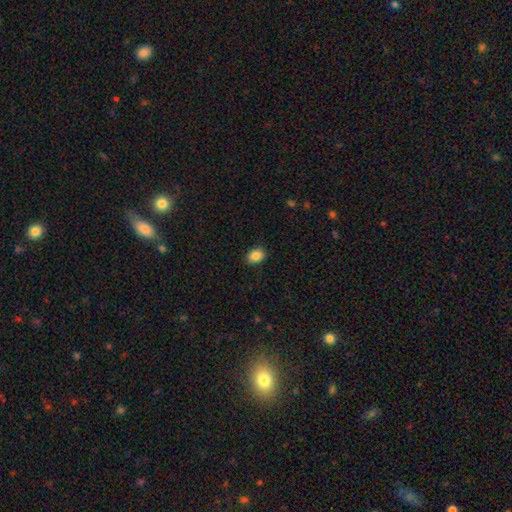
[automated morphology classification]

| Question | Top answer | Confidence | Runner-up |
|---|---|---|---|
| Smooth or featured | smooth | 87% | star or artifact (9%) |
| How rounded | in between | 69% | round (30%) |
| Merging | none | 89% | minor disturbance (9%) |